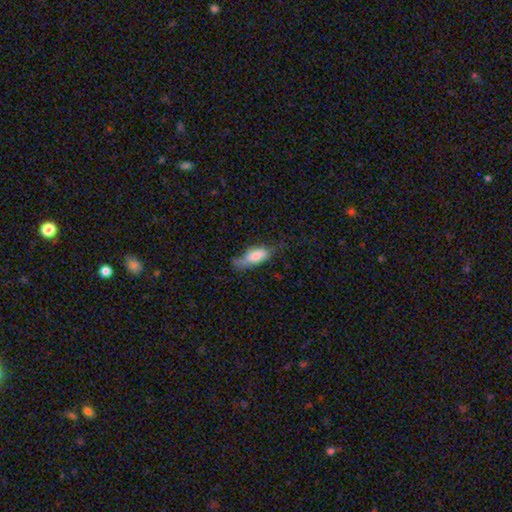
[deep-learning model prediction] A smooth galaxy with no disk features (74%) that is in between round and cigar-shaped (74%).

Vote fractions:
- Smooth or featured? smooth: 74% / featured or disk: 18% / star or artifact: 8%
- How rounded? in between: 74% / cigar-shaped: 23% / round: 3%
- Merging? none: 37% / minor disturbance: 36% / major disturbance: 24% / merger: 3%